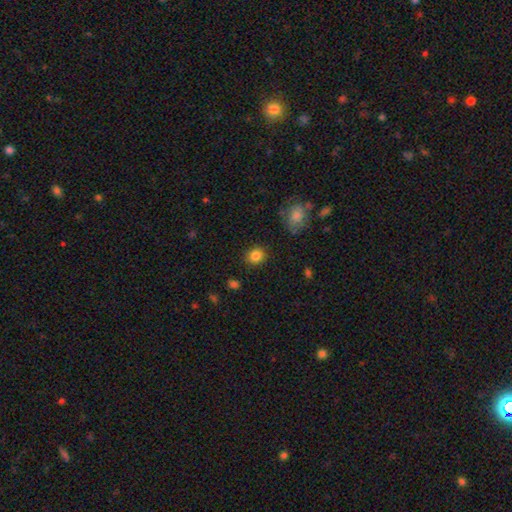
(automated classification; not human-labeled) This is clearly a smooth galaxy (84%). How rounded: clearly round (83%). Merging: clearly none (89%).